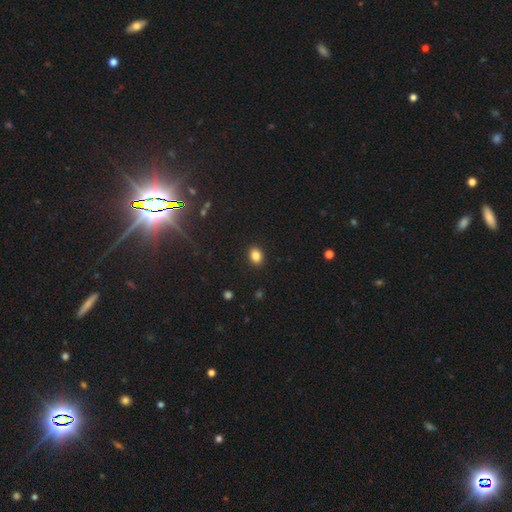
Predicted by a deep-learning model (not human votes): smooth 84%, star or artifact 11%, featured or disk 5%. Down the decision tree: how rounded — in between (56%); merging — none (91%).